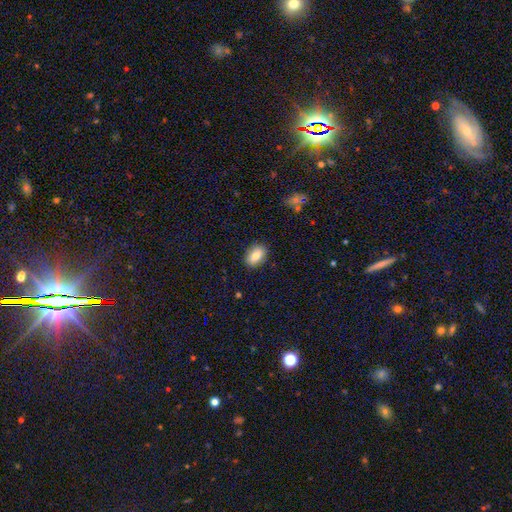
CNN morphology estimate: smooth_or_featured: smooth (p=0.82) [alt: featured or disk p=0.10]
how_rounded: in between (p=0.85) [alt: round p=0.13]
merging: none (p=0.87) [alt: minor disturbance p=0.09]